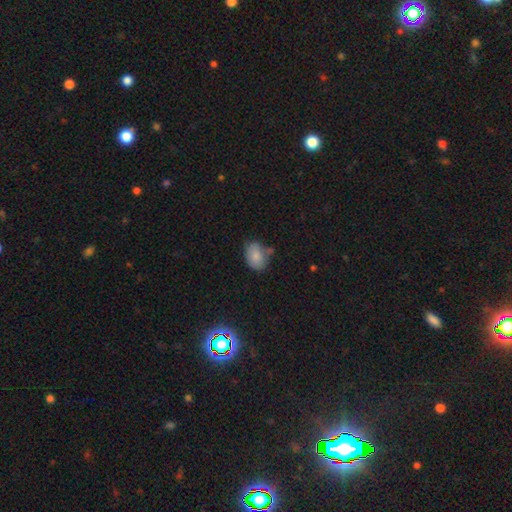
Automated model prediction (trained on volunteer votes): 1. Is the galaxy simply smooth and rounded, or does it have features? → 82% smooth, 10% featured or disk, 8% star or artifact.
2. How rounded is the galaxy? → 78% in between, 21% round, 1% cigar-shaped.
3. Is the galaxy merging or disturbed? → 61% none, 25% minor disturbance, 8% merger, 6% major disturbance.